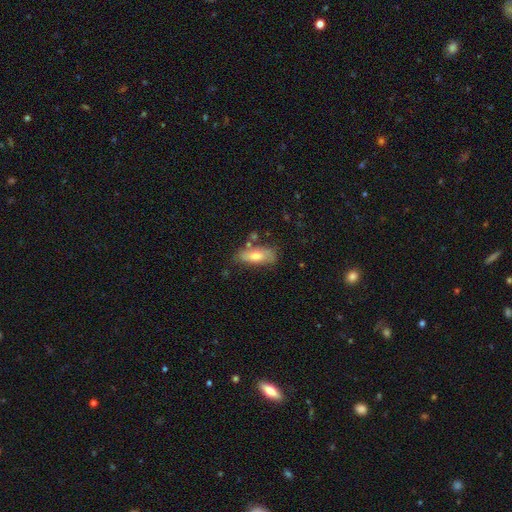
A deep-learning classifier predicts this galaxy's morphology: A smooth galaxy with no disk features (66%) that is in between round and cigar-shaped (69%). Merging: none (64%).